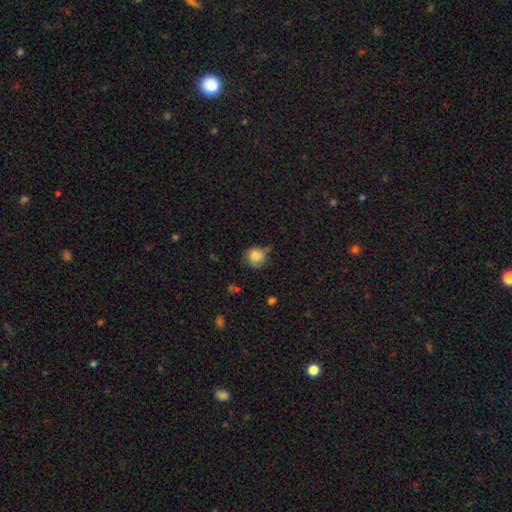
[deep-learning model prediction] This is likely a smooth galaxy (75%). How rounded: clearly round (81%). Merging: possibly none (45%).